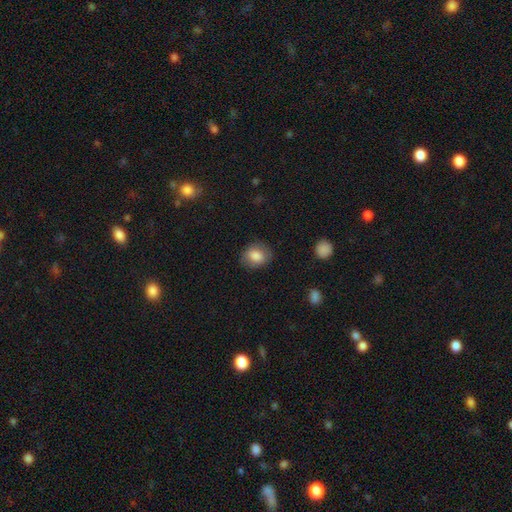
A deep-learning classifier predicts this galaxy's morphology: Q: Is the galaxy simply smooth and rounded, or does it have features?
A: smooth — 82%.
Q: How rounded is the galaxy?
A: in between — 51%.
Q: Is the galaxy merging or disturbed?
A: none — 78%.